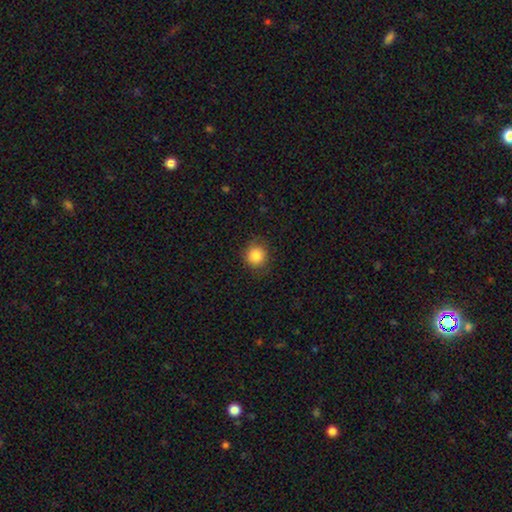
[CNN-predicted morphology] Overall: smooth (85%). How rounded: round (91%). Merging: none (86%).